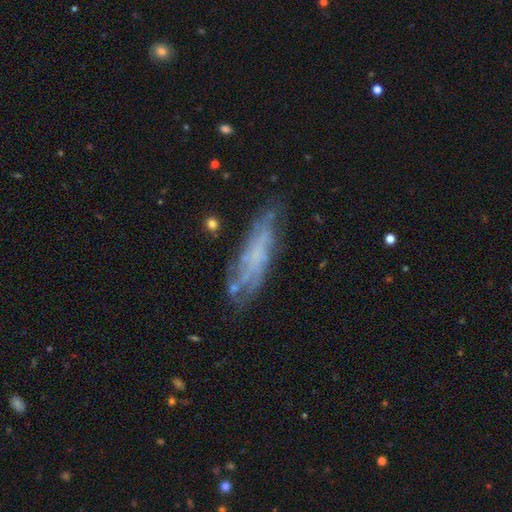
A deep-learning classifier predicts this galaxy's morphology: smooth-or-featured: featured or disk: 55% | smooth: 34% | star or artifact: 10%
  disk-edge-on: no: 65% | yes: 35%
  merging: none: 62% | minor disturbance: 24% | major disturbance: 11% | merger: 3%